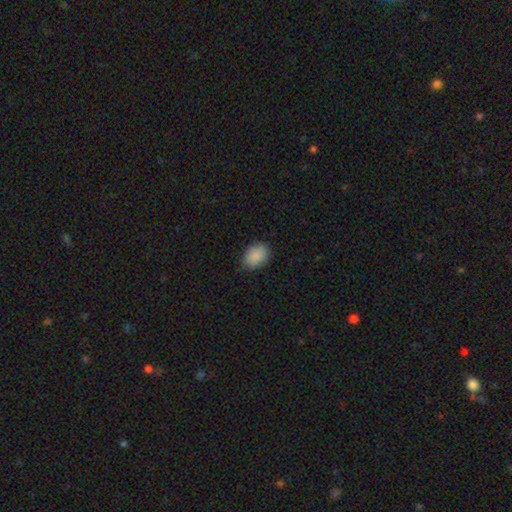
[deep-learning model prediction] smooth-or-featured: smooth: 89% | star or artifact: 7% | featured or disk: 3%
  how-rounded: in between: 78% | round: 21% | cigar-shaped: 1%
  merging: none: 83% | minor disturbance: 14% | major disturbance: 3% | merger: 1%